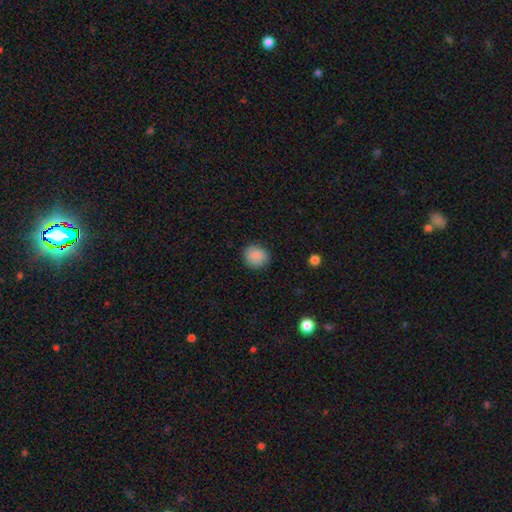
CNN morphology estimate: This appears to be a smooth galaxy with no disk features (88%) that is round (82%). Merging: none (86%).